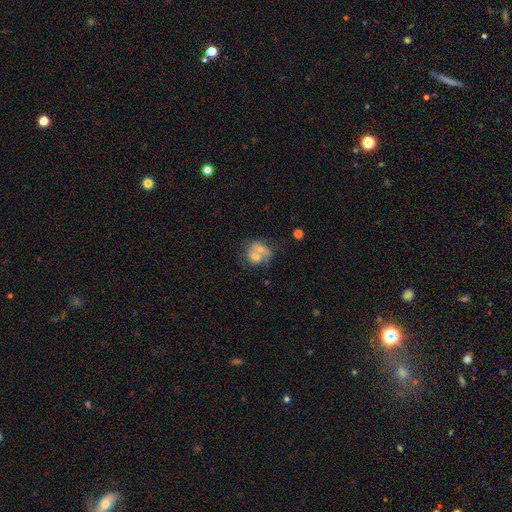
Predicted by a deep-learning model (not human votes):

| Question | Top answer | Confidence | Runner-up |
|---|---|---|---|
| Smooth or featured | smooth | 55% | featured or disk (35%) |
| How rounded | round | 51% | in between (48%) |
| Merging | merger | 60% | none (22%) |